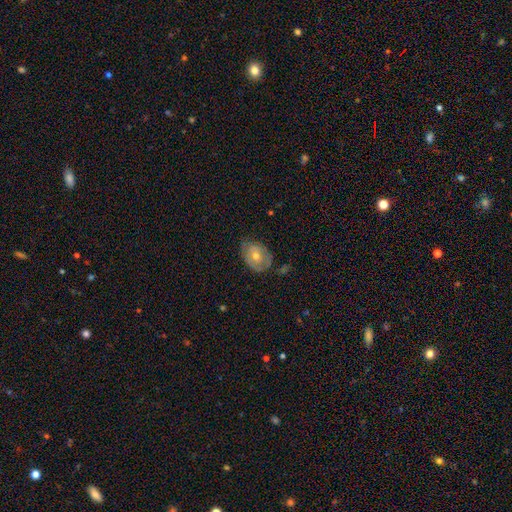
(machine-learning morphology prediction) This is possibly a featured or disk galaxy (52%). It is clearly not viewed edge-on (94%). Merging: likely none (66%).